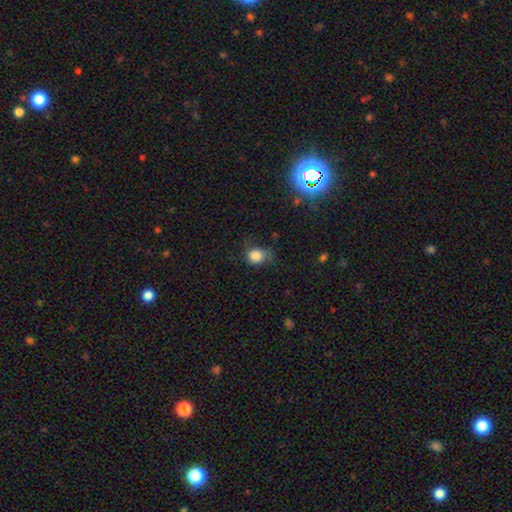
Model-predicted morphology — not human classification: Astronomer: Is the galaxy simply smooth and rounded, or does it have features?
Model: smooth — 83%.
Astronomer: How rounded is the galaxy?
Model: round — 55% (runner-up: in between, 44%).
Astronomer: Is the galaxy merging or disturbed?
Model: none — 47% (runner-up: minor disturbance, 34%).